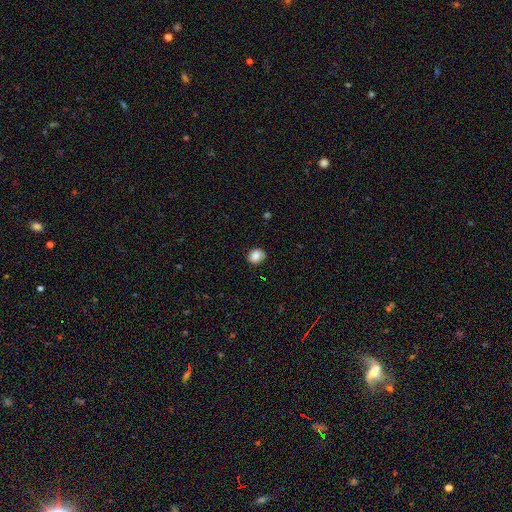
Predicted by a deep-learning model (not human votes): The model was most divided on "how rounded": round: 54%, in between: 45%, cigar-shaped: 1%. More confident: smooth or featured — smooth (84%); merging — none (78%).